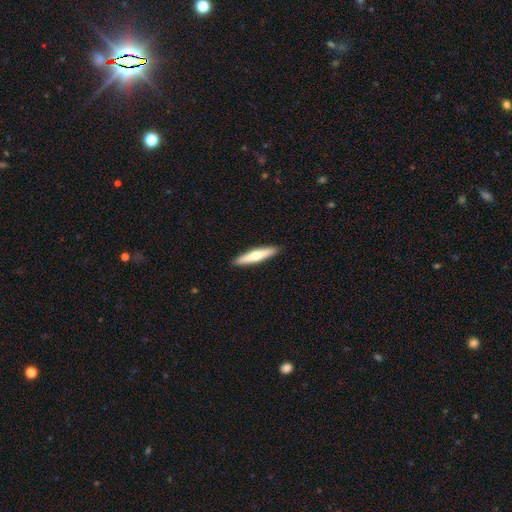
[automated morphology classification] Smooth or featured: smooth — 61% (featured or disk — 34%)
How rounded: cigar-shaped — 87% (in between — 11%)
Merging: none — 91% (minor disturbance — 6%)